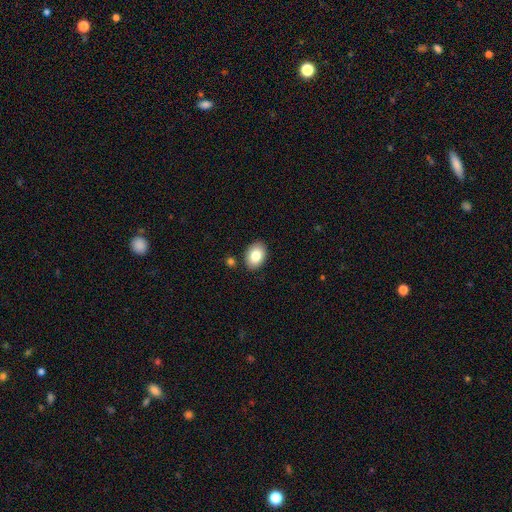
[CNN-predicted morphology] This is clearly a smooth galaxy (84%). How rounded: likely in between (79%). Merging: clearly none (86%).